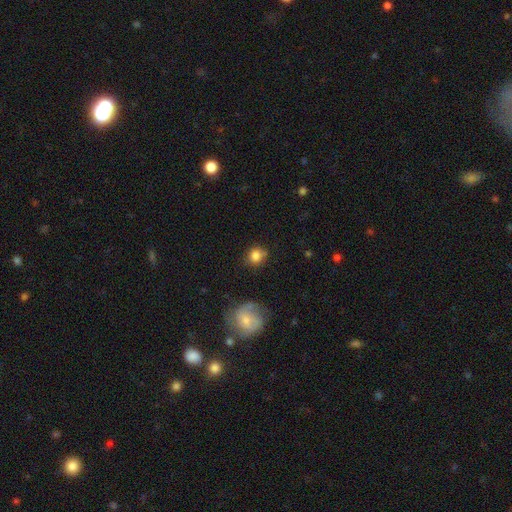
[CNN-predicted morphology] type=smooth (82%); roundness=round (79%); merging=none (72%).